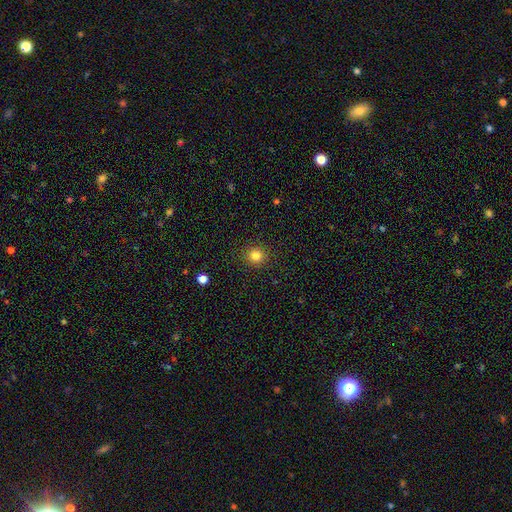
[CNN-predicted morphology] smooth 83%, star or artifact 12%, featured or disk 5%. Down the decision tree: how rounded — round (90%); merging — none (90%).